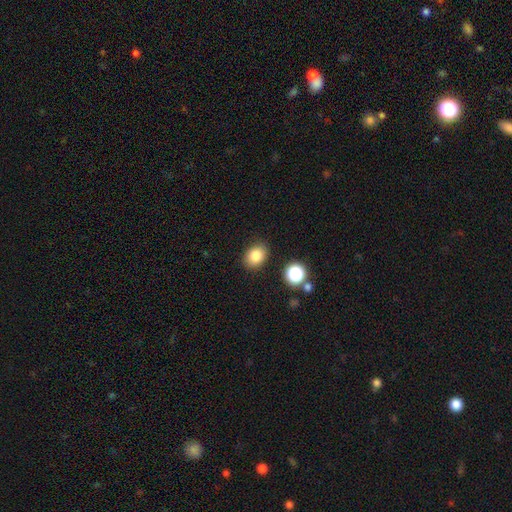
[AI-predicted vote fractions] smooth_or_featured: smooth (p=0.83) [alt: star or artifact p=0.11]
how_rounded: in between (p=0.60) [alt: round p=0.39]
merging: none (p=0.85) [alt: minor disturbance p=0.10]